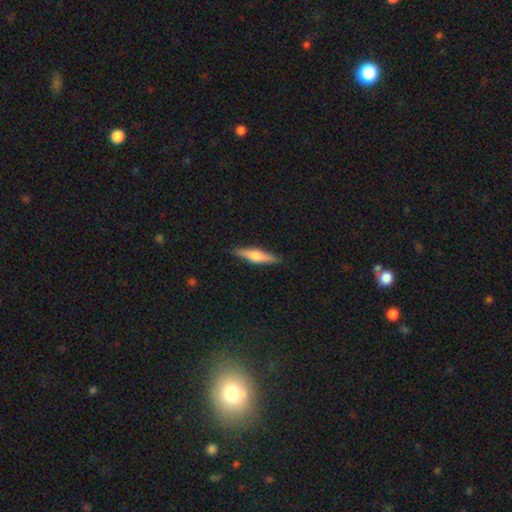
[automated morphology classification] type=featured or disk (50%); edge-on=yes (95%); merging=none (90%).